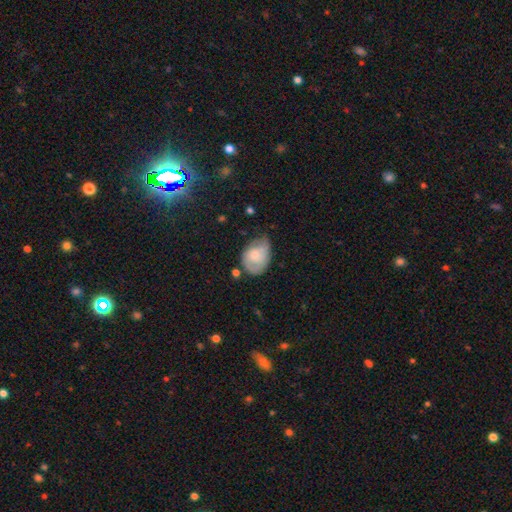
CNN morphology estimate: Smooth or featured? smooth (57%)
How rounded? in between (71%)
Merging? minor disturbance (41%)